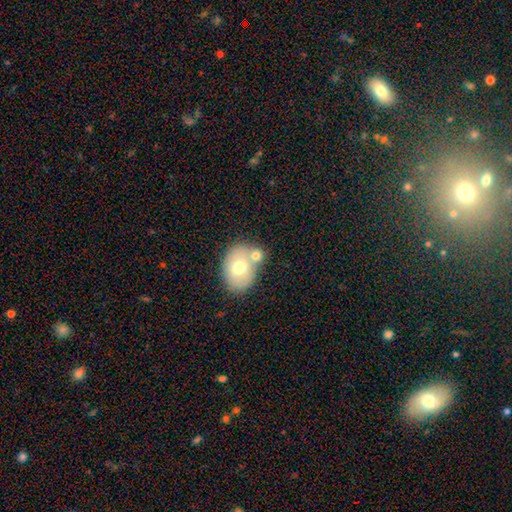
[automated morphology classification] A smooth galaxy with no disk features (68%) that is in between round and cigar-shaped (57%).

Vote fractions:
- Smooth or featured? smooth: 68% / featured or disk: 23% / star or artifact: 8%
- How rounded? in between: 57% / round: 41% / cigar-shaped: 1%
- Merging? none: 45% / merger: 41% / minor disturbance: 11% / major disturbance: 4%